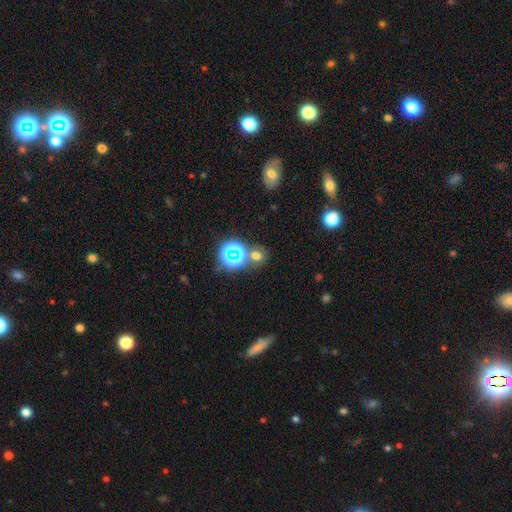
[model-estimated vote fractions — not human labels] A smooth galaxy with no disk features (55%) that is round (78%). Merging: none (67%).